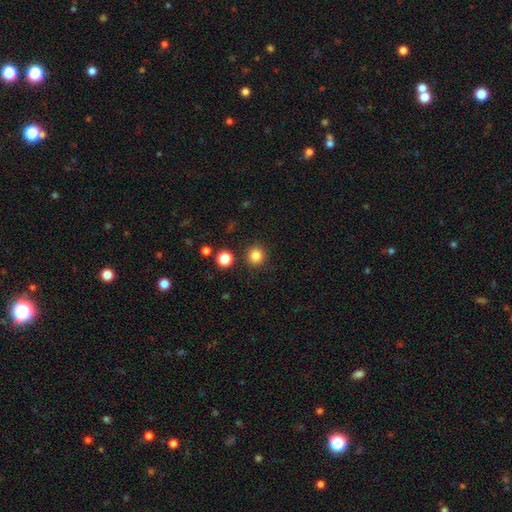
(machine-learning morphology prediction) Q: Smooth or featured?
A: smooth (84%); runner-up: star or artifact (12%)
Q: How rounded?
A: round (93%); runner-up: in between (6%)
Q: Merging?
A: none (89%); runner-up: minor disturbance (6%)